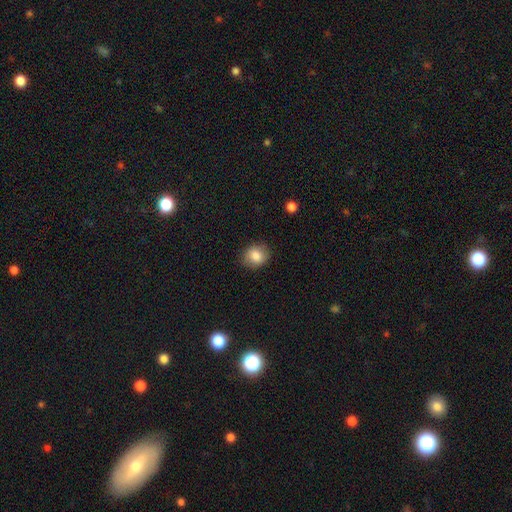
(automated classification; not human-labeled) Smooth or featured? smooth (83%)
How rounded? round (62%)
Merging? none (85%)